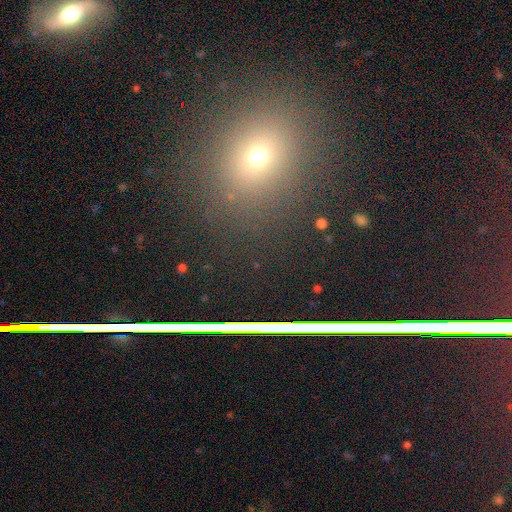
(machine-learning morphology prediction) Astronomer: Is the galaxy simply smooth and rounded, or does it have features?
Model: smooth — 44% (runner-up: star or artifact, 43%).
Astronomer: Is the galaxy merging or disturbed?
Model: none — 87%.